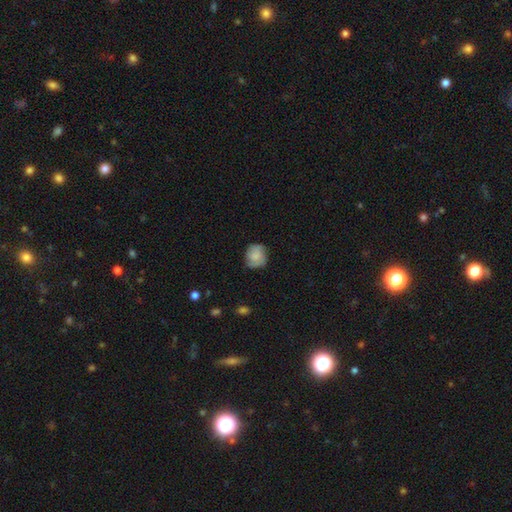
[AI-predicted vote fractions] Smooth or featured? smooth (60%)
How rounded? round (78%)
Merging? none (69%)